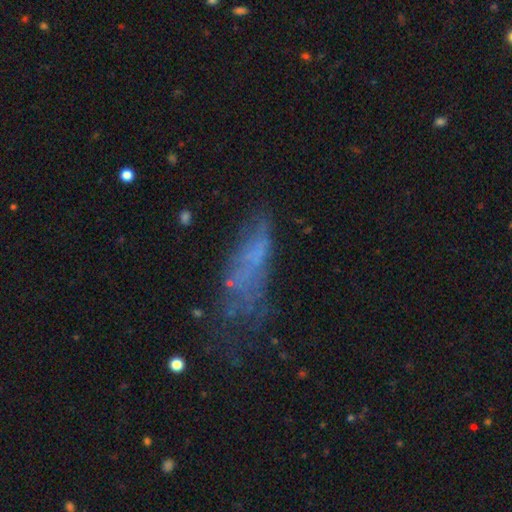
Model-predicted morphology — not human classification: Smooth or featured?
  - smooth: 41% *
  - featured or disk: 39%
  - star or artifact: 20%
Merging?
  - major disturbance: 35% * (tied)
  - none: 35% * (tied)
  - minor disturbance: 23%
  - merger: 7%